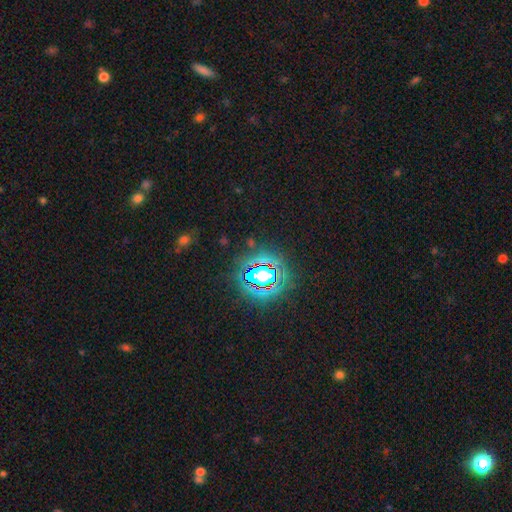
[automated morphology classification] A star or artifact, not a galaxy (82%).